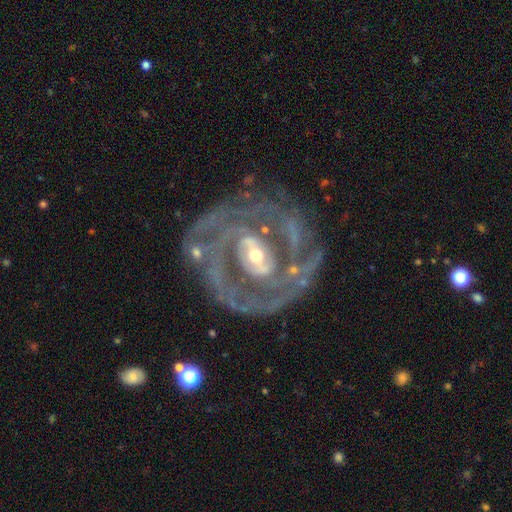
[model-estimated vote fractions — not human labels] smooth_or_featured: featured or disk (p=0.91) [alt: star or artifact p=0.05]
disk_edge_on: no (p=0.97) [alt: yes p=0.03]
bar: weak (p=0.39) [alt: strong p=0.38]
has_spiral_arms: yes (p=0.95) [alt: no p=0.05]
spiral_winding: tight (p=0.49) [alt: medium p=0.39]
spiral_arm_count: 2 (p=0.49) [alt: can't tell p=0.16]
bulge_size: small (p=0.47) [alt: moderate p=0.46]
merging: none (p=0.61) [alt: major disturbance p=0.18]